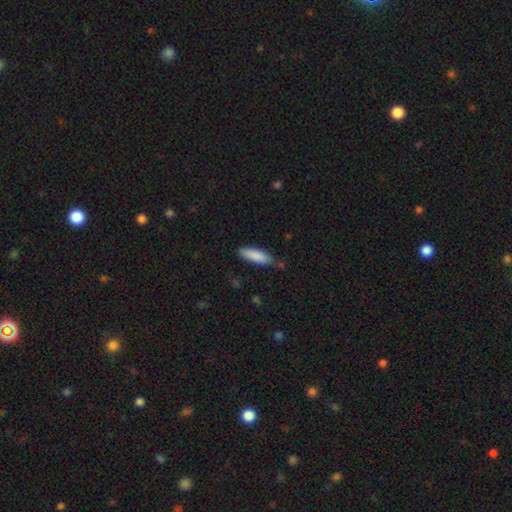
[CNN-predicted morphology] A smooth galaxy with no disk features (86%) that is cigar-shaped (54%). Merging: none (71%).